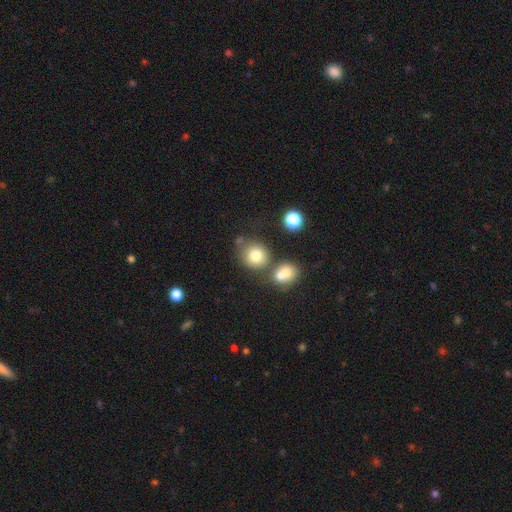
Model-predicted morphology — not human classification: Smooth or featured: smooth — 77% (star or artifact — 13%)
How rounded: round — 84% (in between — 15%)
Merging: none — 60% (merger — 23%)